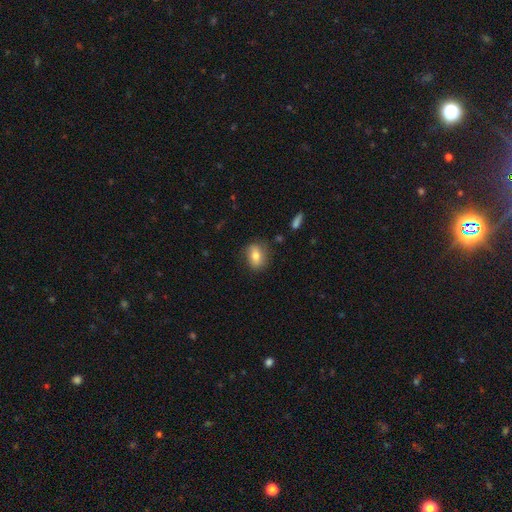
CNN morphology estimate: The model was most divided on "how rounded": in between: 56%, round: 42%, cigar-shaped: 2%. More confident: merging — none (78%); smooth or featured — smooth (73%).